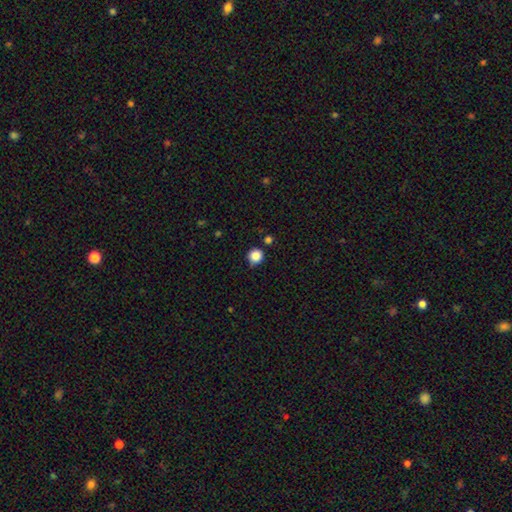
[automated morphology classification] This appears to be a smooth galaxy with no disk features (86%) that is round (93%). Merging: none (82%).